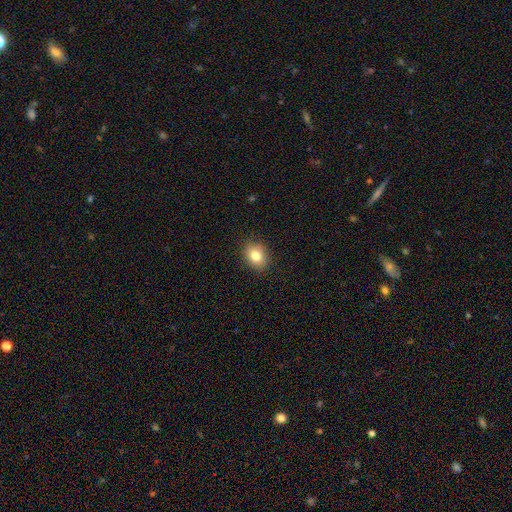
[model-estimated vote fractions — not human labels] A smooth galaxy with no disk features (81%) that is in between round and cigar-shaped (60%). Merging: none (88%).